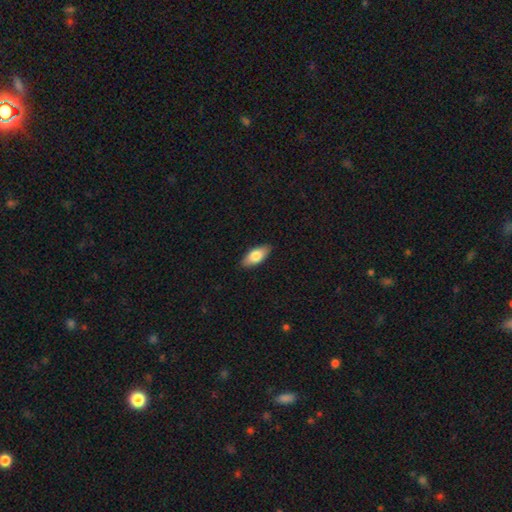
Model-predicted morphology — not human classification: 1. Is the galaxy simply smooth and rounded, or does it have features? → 78% smooth, 16% featured or disk, 6% star or artifact.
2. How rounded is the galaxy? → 86% in between, 11% cigar-shaped, 2% round.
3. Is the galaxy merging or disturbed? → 88% none, 9% minor disturbance, 2% major disturbance, 1% merger.